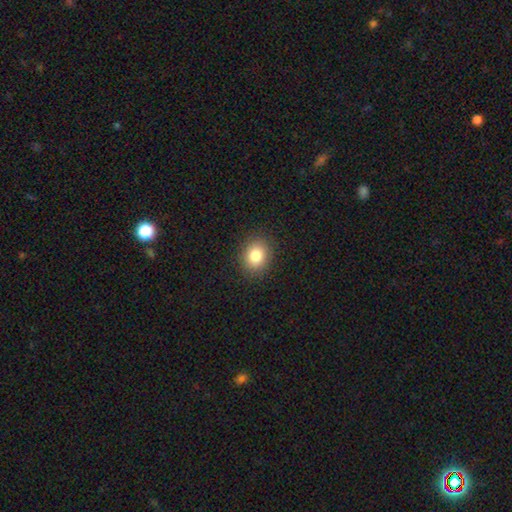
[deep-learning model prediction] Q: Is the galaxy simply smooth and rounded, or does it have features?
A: smooth — 84%.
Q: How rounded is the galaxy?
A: round — 53%.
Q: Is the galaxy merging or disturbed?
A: none — 88%.